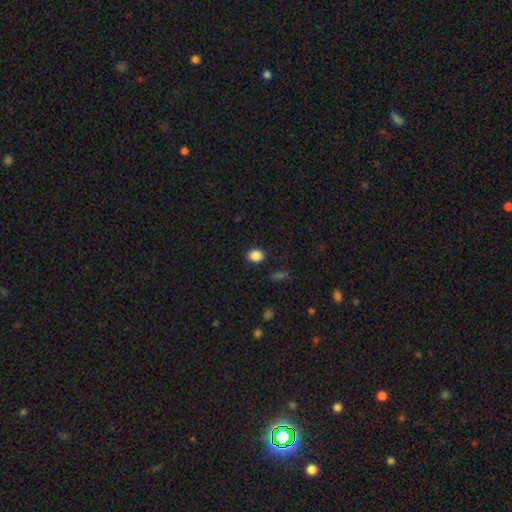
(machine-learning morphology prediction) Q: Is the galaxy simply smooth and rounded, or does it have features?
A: smooth — 87%.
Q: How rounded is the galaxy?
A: round — 58%.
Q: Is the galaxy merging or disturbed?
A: none — 89%.